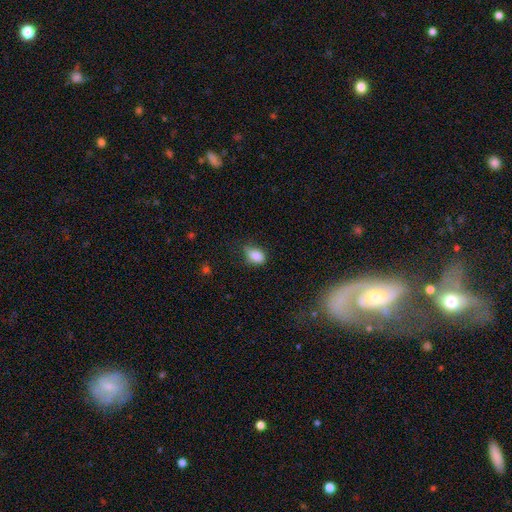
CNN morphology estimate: This appears to be a smooth galaxy with no disk features (84%) that is in between round and cigar-shaped (78%). Merging: none (47%).